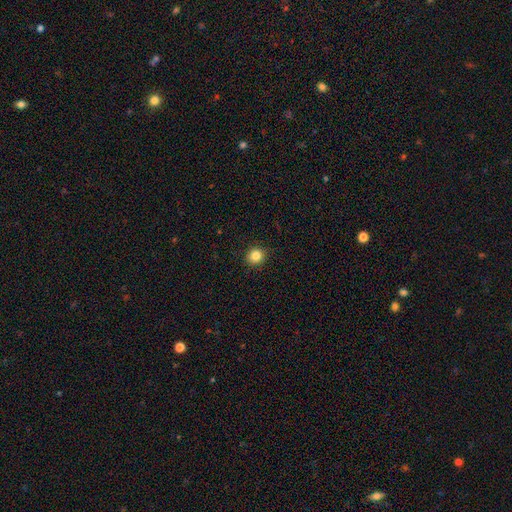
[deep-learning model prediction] Smooth or featured? Predicted: smooth (p=0.84). How rounded? Predicted: round (p=0.85). Merging? Predicted: none (p=0.91).